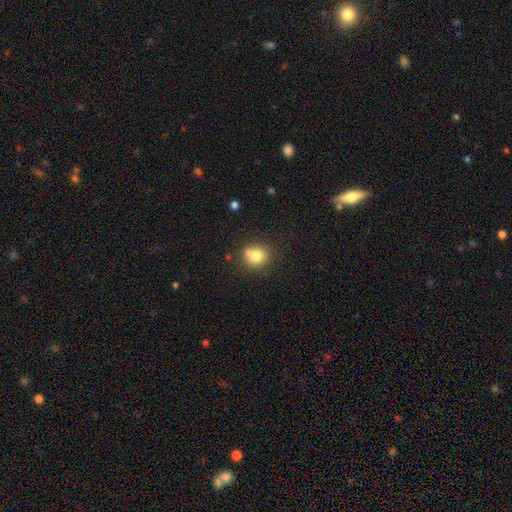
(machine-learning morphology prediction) Overall: smooth (78%). How rounded: round (80%). Merging: none (68%).